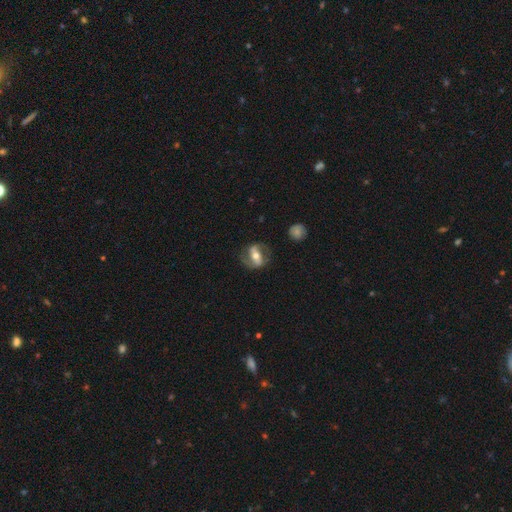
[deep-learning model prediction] This is likely a featured or disk galaxy (75%). It is clearly not viewed edge-on (92%). Bar: likely strong (61%). Spiral arm pattern: likely yes (79%). Spiral arm count: clearly 2 (87%). Spiral winding: possibly medium (45%). Central bulge: likely moderate (69%). Merging: likely none (75%).